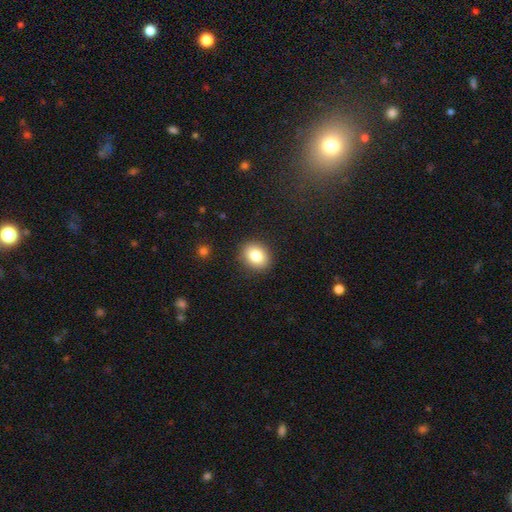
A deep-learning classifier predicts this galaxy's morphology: smooth-or-featured: smooth: 83% | star or artifact: 9% | featured or disk: 8%
  how-rounded: round: 52% | in between: 47% | cigar-shaped: 1%
  merging: none: 89% | minor disturbance: 8% | major disturbance: 2% | merger: 1%